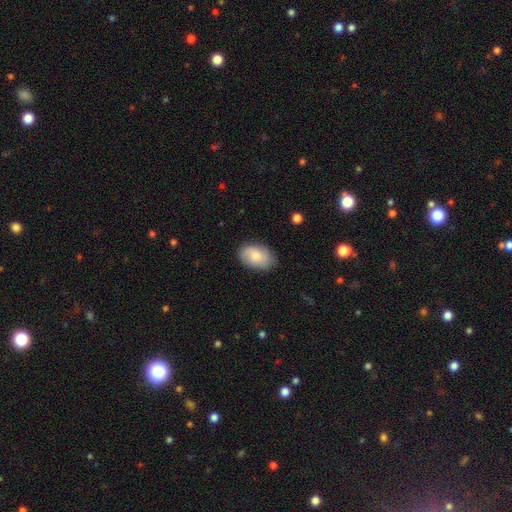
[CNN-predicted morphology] Smooth or featured? Predicted: smooth (p=0.76). How rounded? Predicted: in between (p=0.89). Merging? Predicted: none (p=0.79).